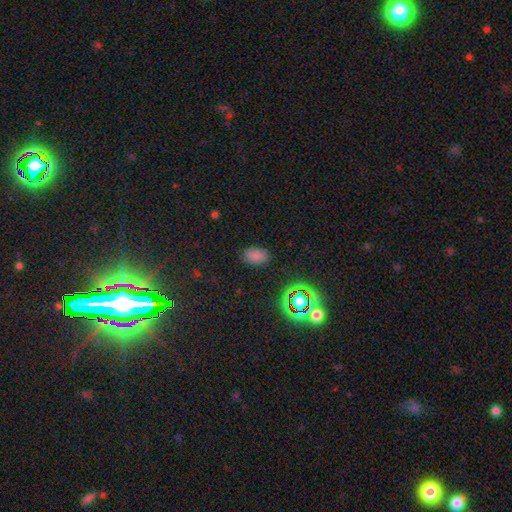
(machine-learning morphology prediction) smooth 75%, star or artifact 20%, featured or disk 5%. Down the decision tree: how rounded — in between (90%); merging — none (83%).